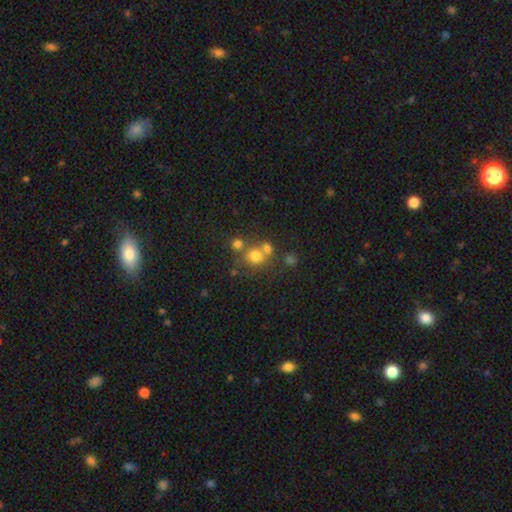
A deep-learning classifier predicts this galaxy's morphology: smooth_or_featured: smooth (p=0.70) [alt: star or artifact p=0.16]
how_rounded: round (p=0.85) [alt: in between p=0.14]
merging: none (p=0.54) [alt: merger p=0.32]